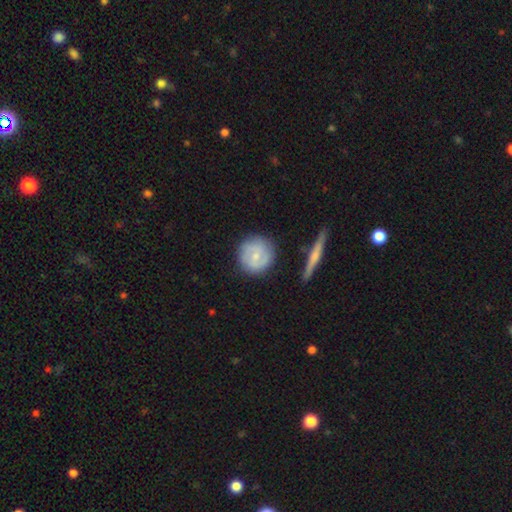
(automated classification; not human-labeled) Smooth or featured? featured or disk (51%)
Edge-on disk? no (95%)
Merging? none (81%)